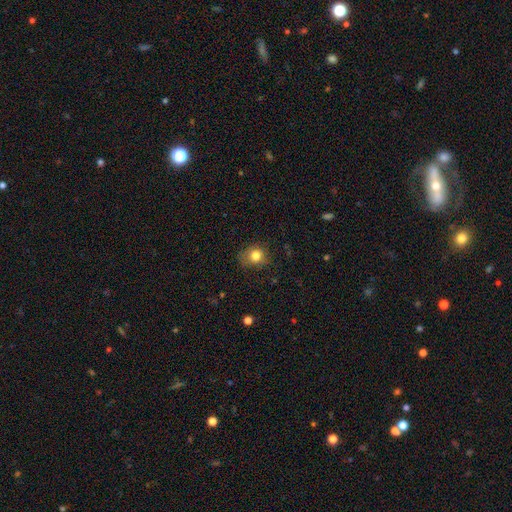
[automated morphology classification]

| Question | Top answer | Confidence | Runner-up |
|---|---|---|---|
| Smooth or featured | smooth | 80% | star or artifact (11%) |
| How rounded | round | 74% | in between (25%) |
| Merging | none | 70% | minor disturbance (22%) |